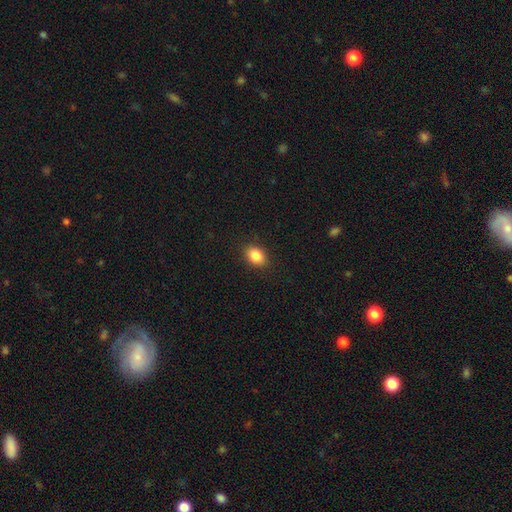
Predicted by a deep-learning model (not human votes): This is clearly a smooth galaxy (86%). How rounded: likely in between (73%). Merging: clearly none (88%).